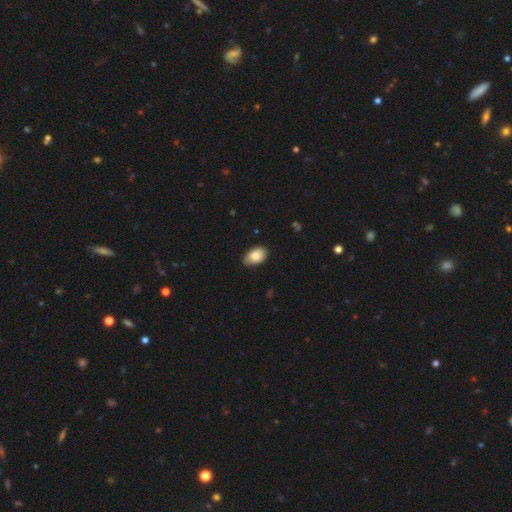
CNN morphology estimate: smooth-or-featured: smooth: 86% | featured or disk: 8% | star or artifact: 6%
  how-rounded: in between: 91% | round: 7% | cigar-shaped: 1%
  merging: none: 79% | minor disturbance: 18% | major disturbance: 2% | merger: 1%